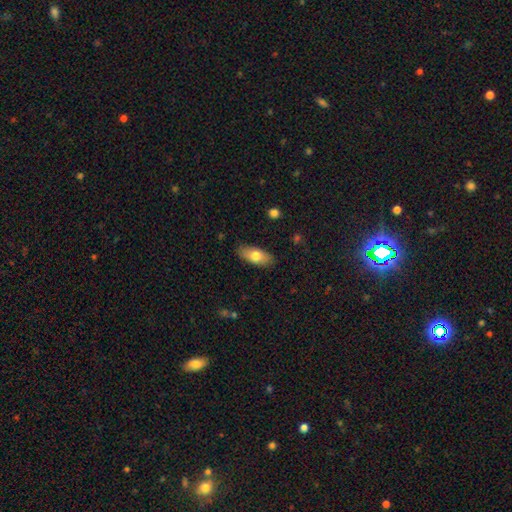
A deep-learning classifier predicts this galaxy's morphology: Smooth or featured?
  - smooth: 74% *
  - featured or disk: 19%
  - star or artifact: 6%
How rounded?
  - in between: 85% *
  - cigar-shaped: 12%
  - round: 3%
Merging?
  - none: 86% *
  - minor disturbance: 11%
  - major disturbance: 2%
  - merger: 1%